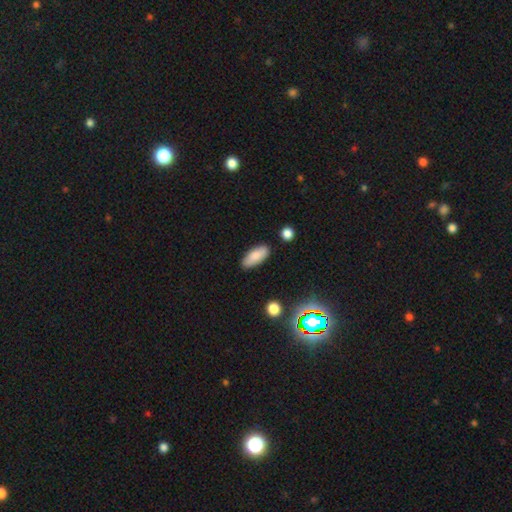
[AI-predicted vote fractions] Overall: smooth (84%). How rounded: in between (79%). Merging: none (84%).